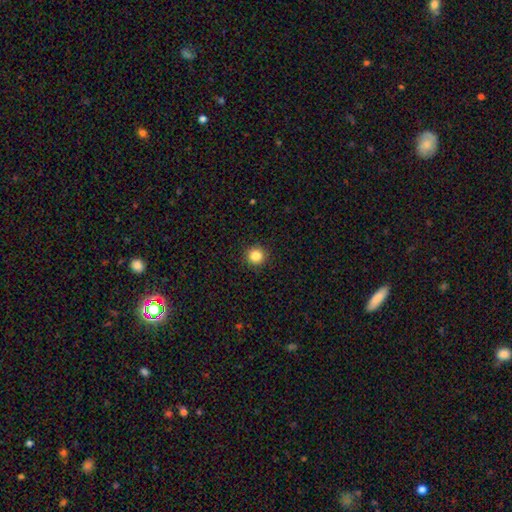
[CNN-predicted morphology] Smooth or featured? Predicted: smooth (p=0.85). How rounded? Predicted: round (p=0.95). Merging? Predicted: none (p=0.92).